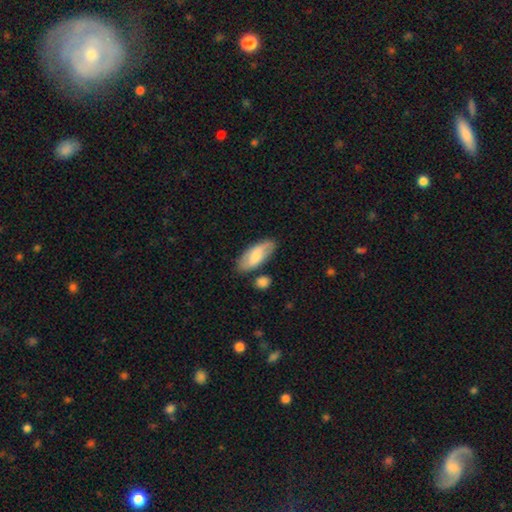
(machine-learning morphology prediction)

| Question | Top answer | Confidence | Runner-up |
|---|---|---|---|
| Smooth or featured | smooth | 66% | featured or disk (28%) |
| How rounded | in between | 82% | cigar-shaped (15%) |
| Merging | none | 75% | minor disturbance (15%) |